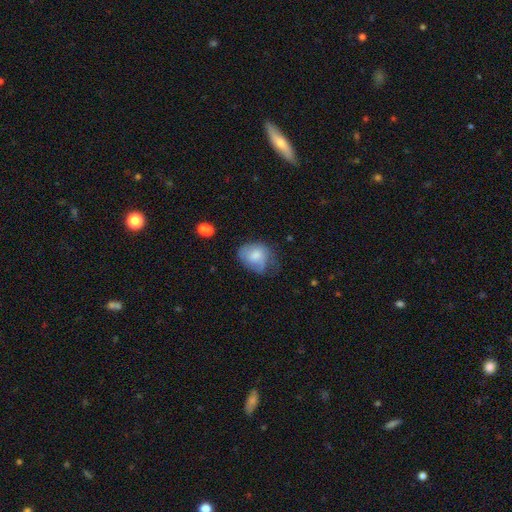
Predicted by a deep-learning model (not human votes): The model was most divided on "merging": minor disturbance: 38%, none: 35%, major disturbance: 24%, merger: 3%. More confident: smooth or featured — smooth (66%); how rounded — in between (58%).